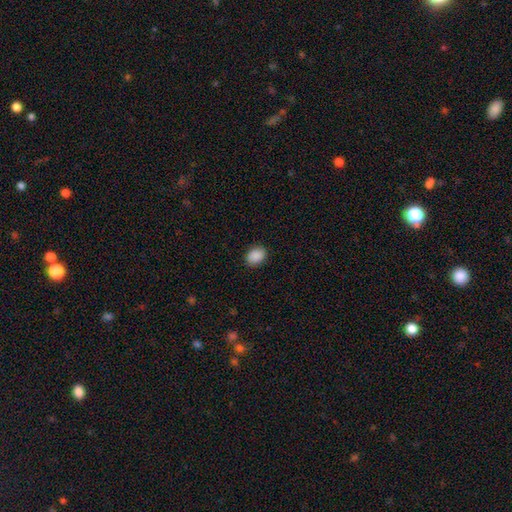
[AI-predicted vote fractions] smooth-or-featured: smooth: 90% | star or artifact: 7% | featured or disk: 3%
  how-rounded: in between: 66% | round: 33% | cigar-shaped: 1%
  merging: none: 88% | minor disturbance: 9% | major disturbance: 2% | merger: 1%